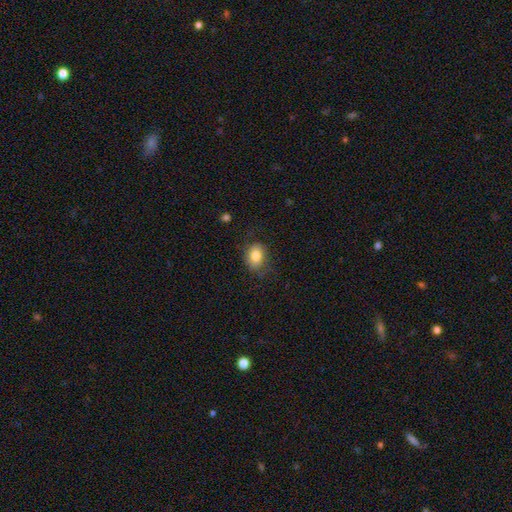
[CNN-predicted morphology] Overall: smooth (80%). How rounded: in between (66%; round 32%). Merging: none (67%).